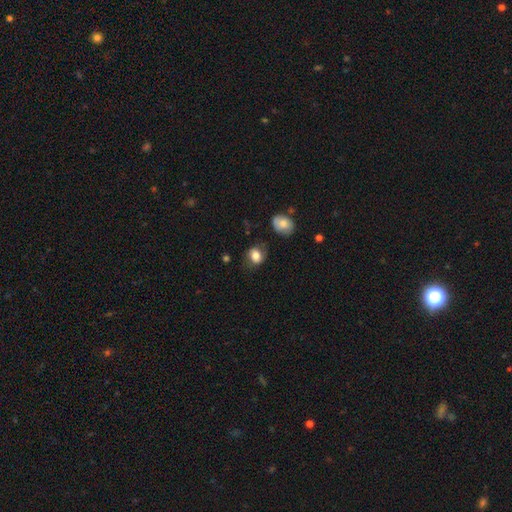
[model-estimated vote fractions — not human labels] This appears to be a smooth galaxy with no disk features (74%) that is in between round and cigar-shaped (52%). Merging: none (66%).